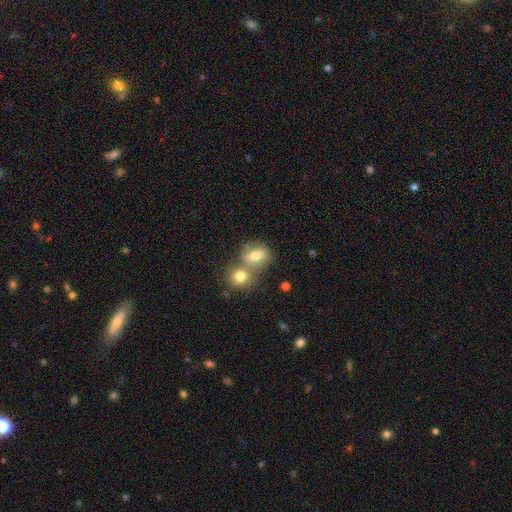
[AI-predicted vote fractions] Overall: smooth (71%). How rounded: in between (59%; round 39%). Merging: merger (50%; none 36%).